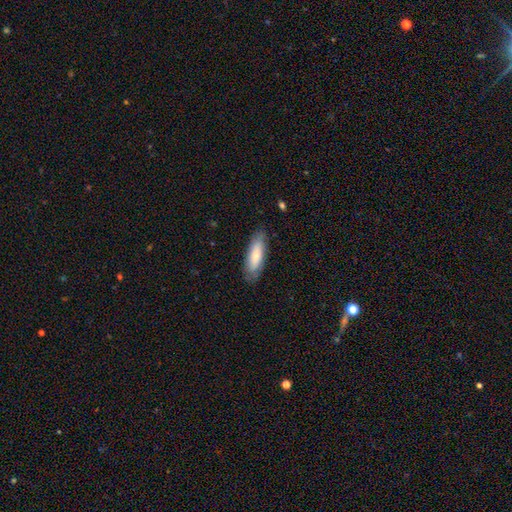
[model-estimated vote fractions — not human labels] Smooth or featured?
  - smooth: 74% *
  - featured or disk: 20%
  - star or artifact: 6%
How rounded?
  - in between: 56% *
  - cigar-shaped: 43%
  - round: 2%
Merging?
  - none: 81% *
  - minor disturbance: 15%
  - major disturbance: 3%
  - merger: 1%